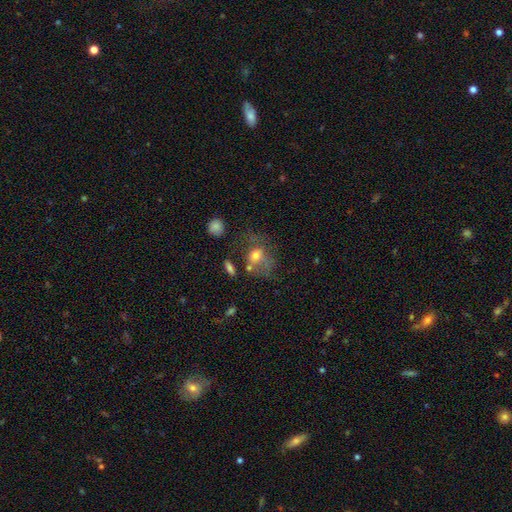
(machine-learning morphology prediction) Smooth or featured: smooth — 62% (featured or disk — 24%)
How rounded: round — 50% (in between — 48%)
Merging: none — 33% (major disturbance — 32%)